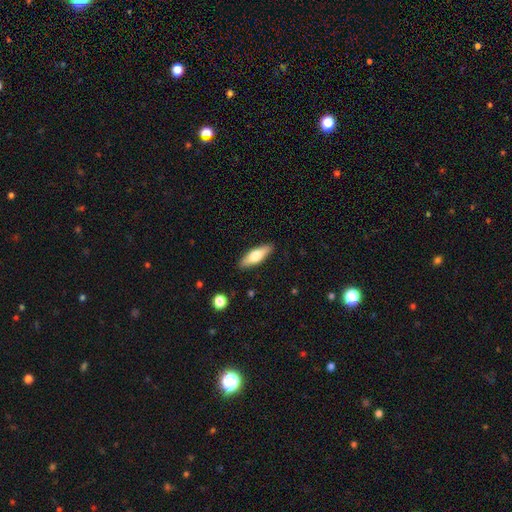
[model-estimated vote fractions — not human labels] Morphology: type=smooth (58%); roundness=cigar-shaped (50%); merging=none (89%).